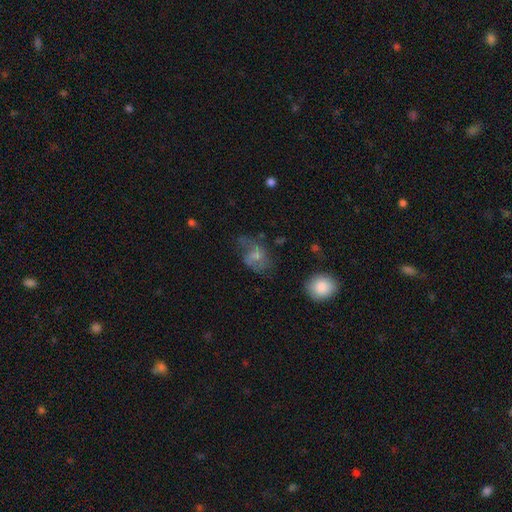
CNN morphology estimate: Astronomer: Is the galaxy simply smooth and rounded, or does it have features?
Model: featured or disk — 45% (runner-up: smooth, 43%).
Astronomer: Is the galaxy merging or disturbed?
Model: none — 35%, tied with major disturbance at 35%.